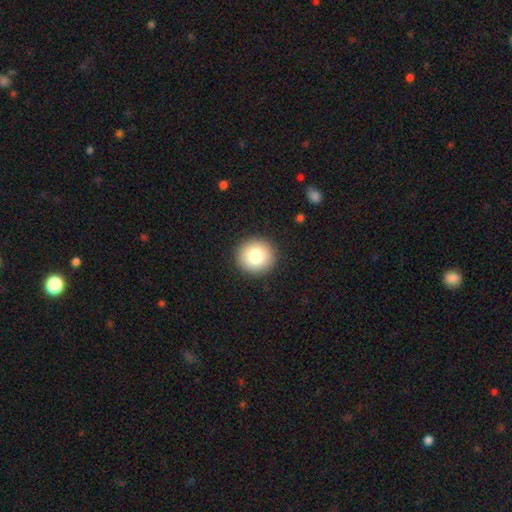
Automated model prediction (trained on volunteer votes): Smooth or featured? smooth (80%)
How rounded? round (94%)
Merging? none (93%)